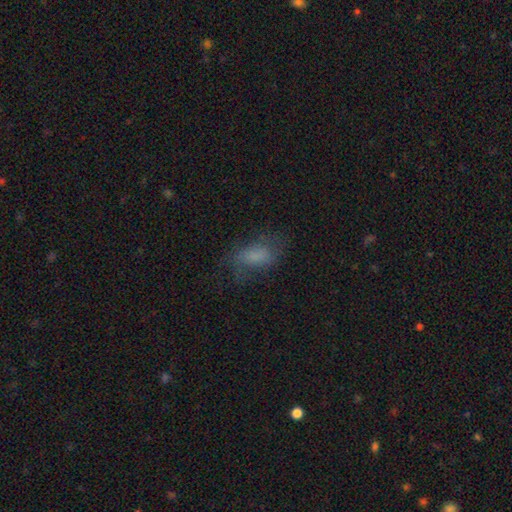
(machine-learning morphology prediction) Smooth or featured? smooth (61%)
How rounded? in between (85%)
Merging? none (52%)